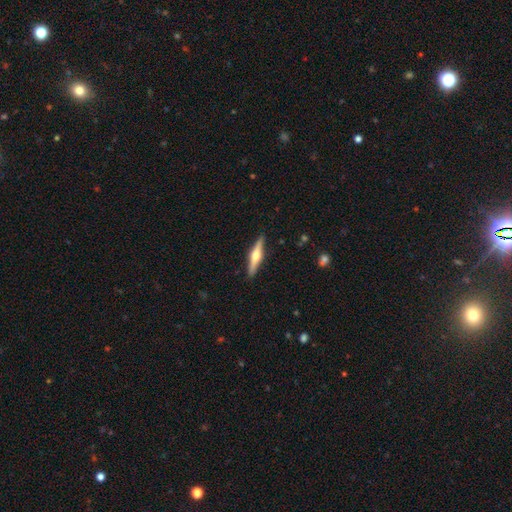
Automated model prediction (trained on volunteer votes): This appears to be a featured or disk galaxy (68%) viewed edge-on (97%) with a rounded central bulge (94%). Merging: none (90%).